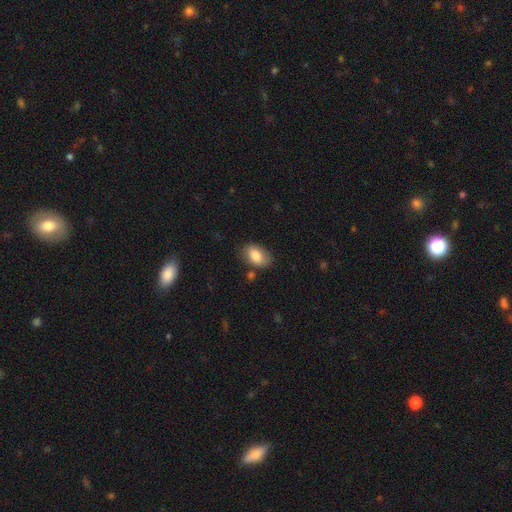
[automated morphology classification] Smooth or featured? smooth (82%)
How rounded? in between (90%)
Merging? none (74%)